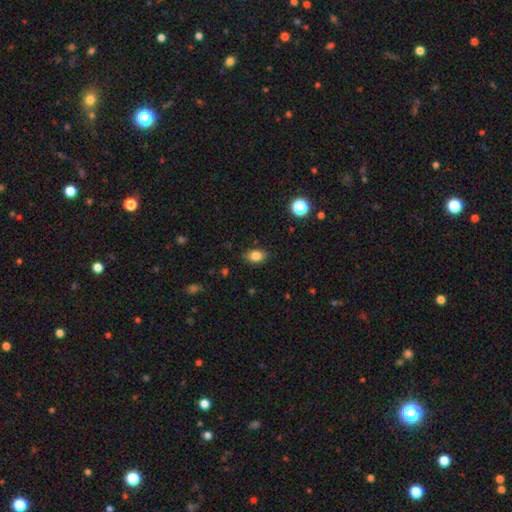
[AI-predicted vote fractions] Overall: smooth (83%). How rounded: in between (82%). Merging: none (85%).